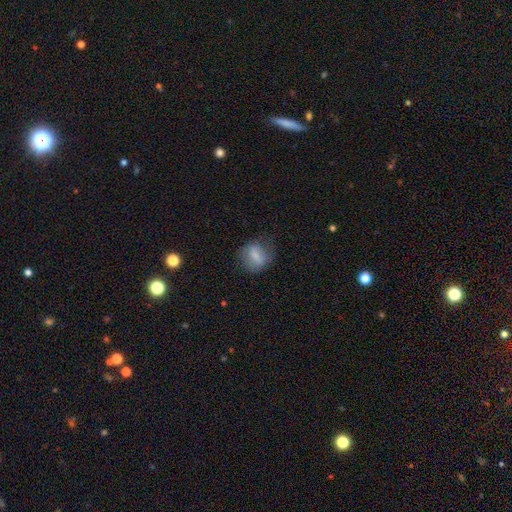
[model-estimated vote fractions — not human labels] Morphology: type=smooth (66%); roundness=round (54%); merging=none (67%).